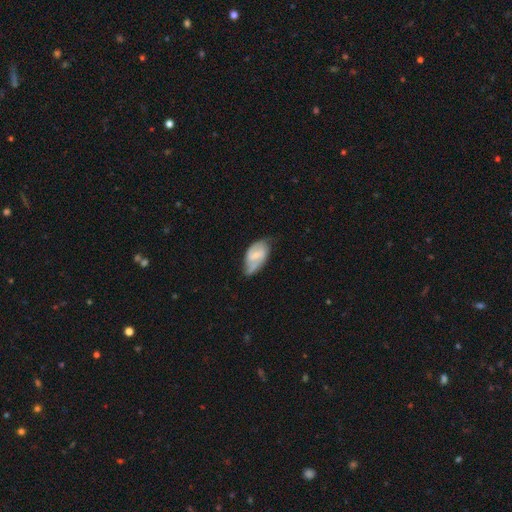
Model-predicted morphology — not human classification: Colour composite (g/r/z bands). It shows a featured or disk galaxy (70%) with a weak bar (52%), 2 (79%) medium (47%) spiral arms (90%) and a small central bulge (59%). Merging: none (59%).